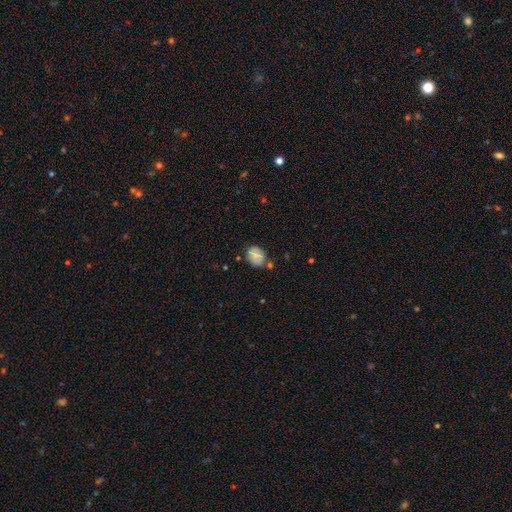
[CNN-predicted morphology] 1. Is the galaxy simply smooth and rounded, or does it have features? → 69% smooth, 23% featured or disk, 8% star or artifact.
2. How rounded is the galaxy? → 54% in between, 45% round, 1% cigar-shaped.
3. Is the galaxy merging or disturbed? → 72% none, 18% minor disturbance, 6% merger, 4% major disturbance.